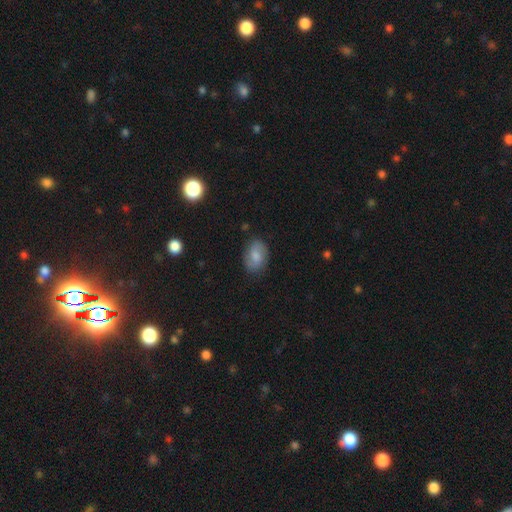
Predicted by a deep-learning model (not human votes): Q: Smooth or featured?
A: smooth (69%); runner-up: featured or disk (23%)
Q: How rounded?
A: in between (82%); runner-up: round (17%)
Q: Merging?
A: none (79%); runner-up: minor disturbance (16%)